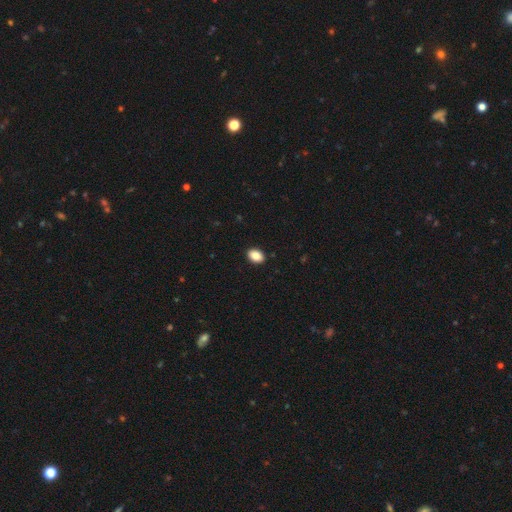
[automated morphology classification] Smooth or featured?
  - smooth: 88% *
  - star or artifact: 8%
  - featured or disk: 4%
How rounded?
  - in between: 81% *
  - round: 18%
  - cigar-shaped: 1%
Merging?
  - none: 91% *
  - minor disturbance: 6%
  - major disturbance: 2%
  - merger: 1%